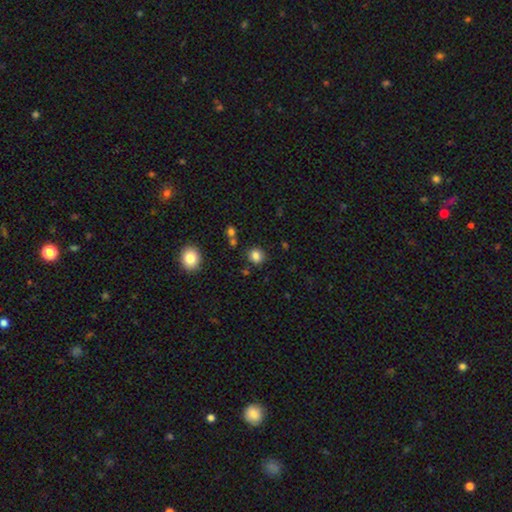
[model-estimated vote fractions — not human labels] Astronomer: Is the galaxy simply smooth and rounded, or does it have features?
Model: smooth — 84%.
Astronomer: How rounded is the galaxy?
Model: round — 77%.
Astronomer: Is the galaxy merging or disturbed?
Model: none — 84%.